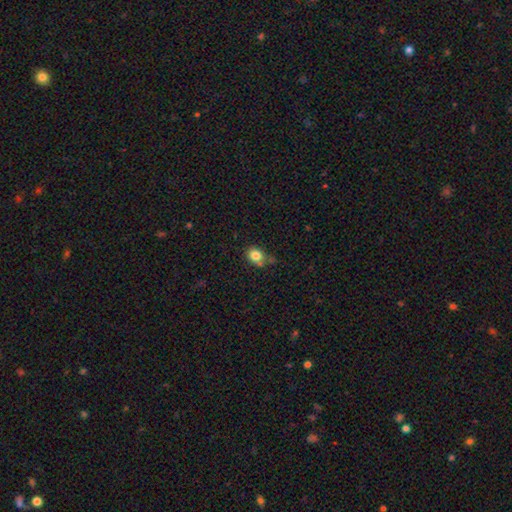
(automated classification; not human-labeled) A smooth galaxy with no disk features (82%) that is round (60%).

Vote fractions:
- Smooth or featured? smooth: 82% / star or artifact: 11% / featured or disk: 7%
- How rounded? round: 60% / in between: 39% / cigar-shaped: 1%
- Merging? none: 63% / minor disturbance: 22% / merger: 10% / major disturbance: 5%